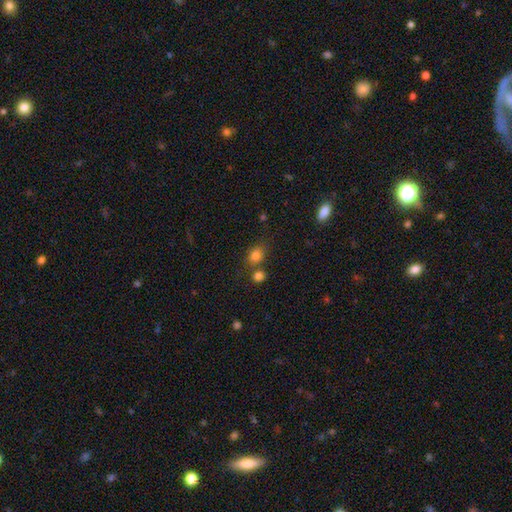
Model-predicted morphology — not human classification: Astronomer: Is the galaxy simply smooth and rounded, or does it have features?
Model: smooth — 80%.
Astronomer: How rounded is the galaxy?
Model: round — 59% (runner-up: in between, 39%).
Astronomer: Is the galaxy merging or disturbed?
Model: none — 60%.